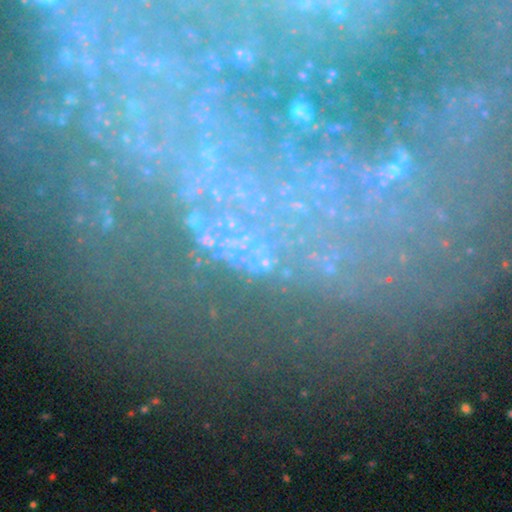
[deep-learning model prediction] Overall: star or artifact (56%; featured or disk 27%).